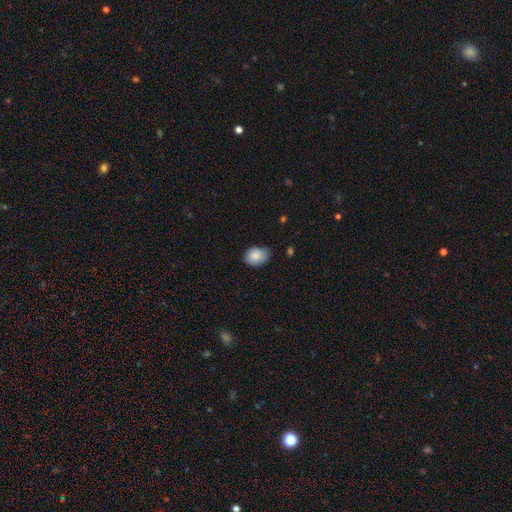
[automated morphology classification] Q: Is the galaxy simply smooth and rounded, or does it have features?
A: smooth — 86%.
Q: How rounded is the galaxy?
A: in between — 73%.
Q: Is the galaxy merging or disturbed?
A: none — 74%.